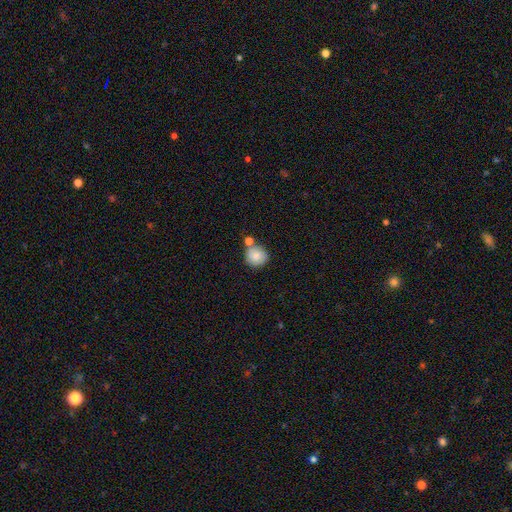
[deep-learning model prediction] The model was most divided on "merging": none: 63%, merger: 21%, minor disturbance: 12%, major disturbance: 3%. More confident: how rounded — round (88%); smooth or featured — smooth (84%).